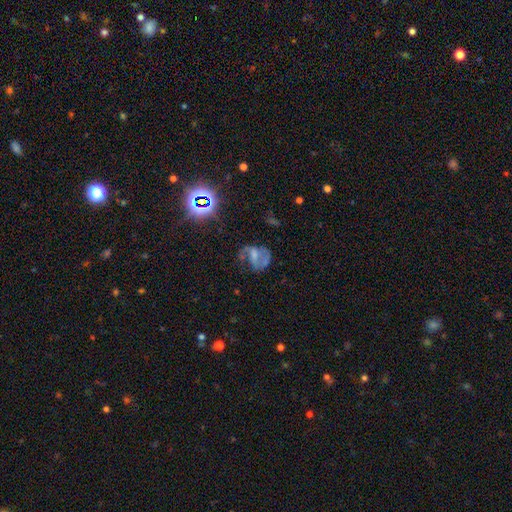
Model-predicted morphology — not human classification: type=featured or disk (54%); edge-on=no (97%); bar=no (50%); spiral arms=yes (61%); bulge=none (33%); merging=none (40%).